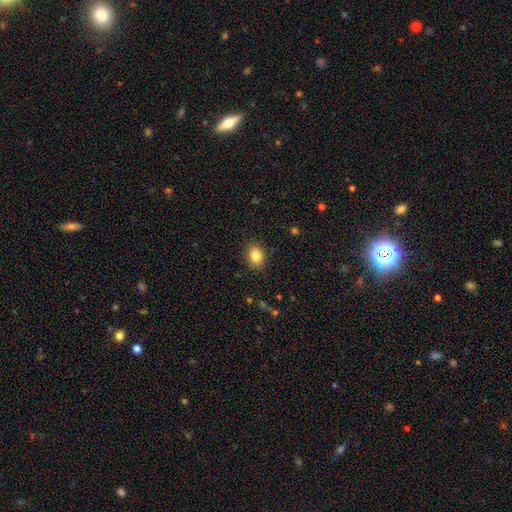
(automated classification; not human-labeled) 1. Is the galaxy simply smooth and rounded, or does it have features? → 83% smooth, 10% star or artifact, 7% featured or disk.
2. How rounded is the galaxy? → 65% in between, 34% round, 1% cigar-shaped.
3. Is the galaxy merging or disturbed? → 87% none, 9% minor disturbance, 2% major disturbance, 1% merger.